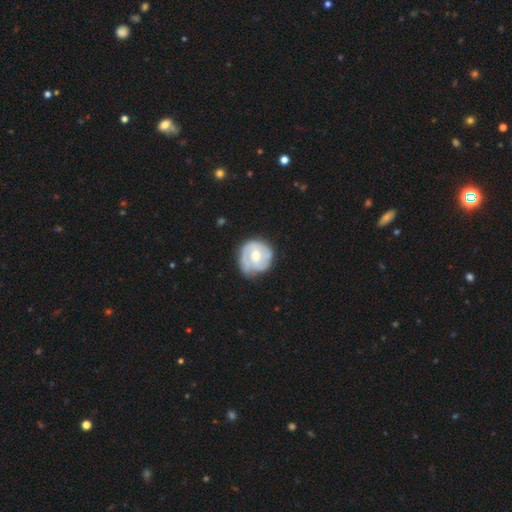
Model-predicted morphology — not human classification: A featured or disk galaxy (63%) with no bar (53%), spiral arms (72%) and a moderate central bulge (63%). Merging: none (61%).